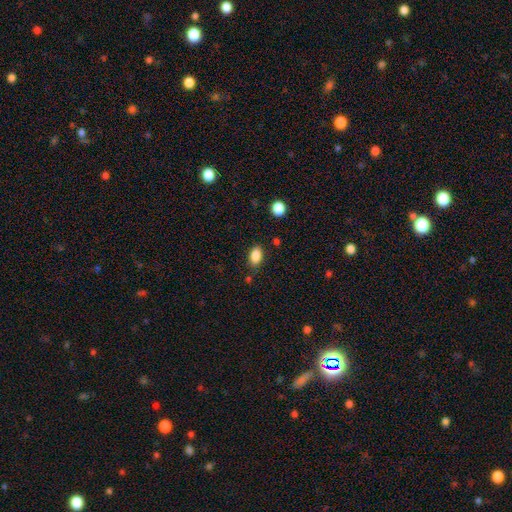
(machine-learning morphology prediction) type=smooth (87%); roundness=in between (88%); merging=none (82%).